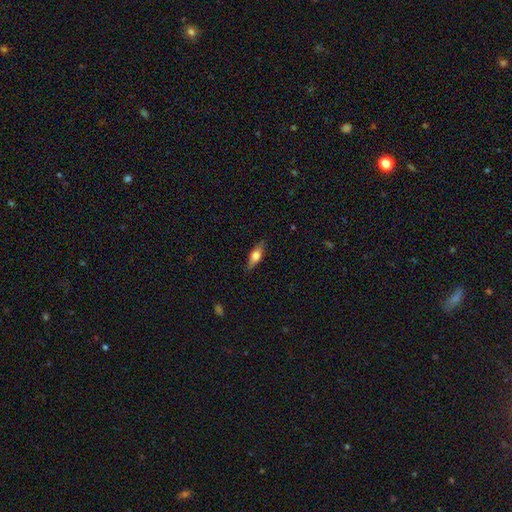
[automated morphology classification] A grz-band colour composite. It shows a smooth galaxy with no disk features (52%) that is in between round and cigar-shaped (51%). Merging: none (85%).